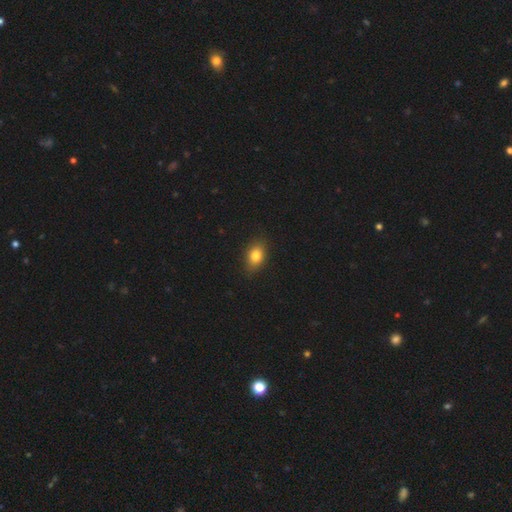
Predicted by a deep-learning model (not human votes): A smooth galaxy with no disk features (81%) that is in between round and cigar-shaped (75%).

Vote fractions:
- Smooth or featured? smooth: 81% / star or artifact: 10% / featured or disk: 9%
- How rounded? in between: 75% / round: 23% / cigar-shaped: 2%
- Merging? none: 84% / minor disturbance: 13% / major disturbance: 2% / merger: 1%